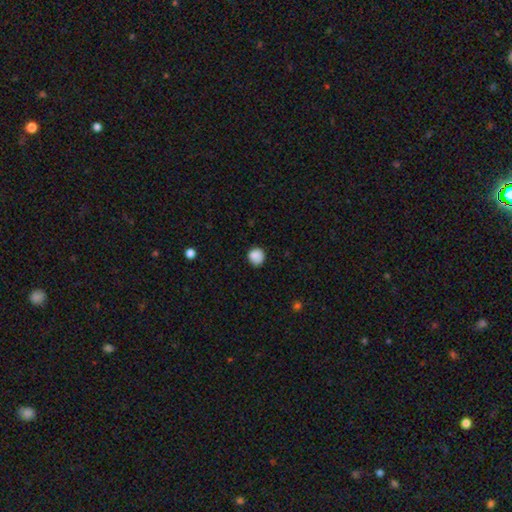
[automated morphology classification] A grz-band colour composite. It shows a smooth galaxy with no disk features (87%) that is round (90%). Merging: none (82%).